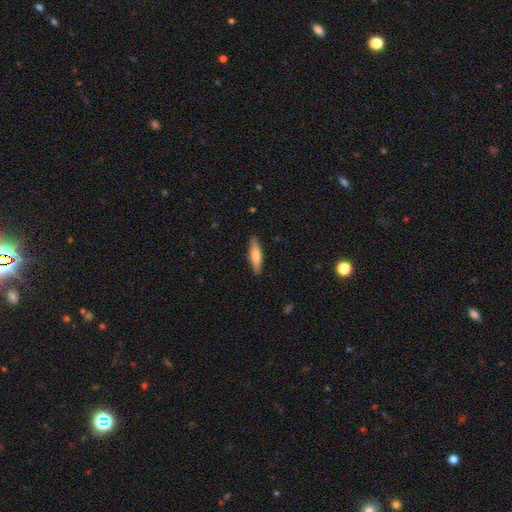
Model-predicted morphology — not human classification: Overall: smooth (65%; featured or disk 30%). How rounded: cigar-shaped (71%). Merging: none (88%).